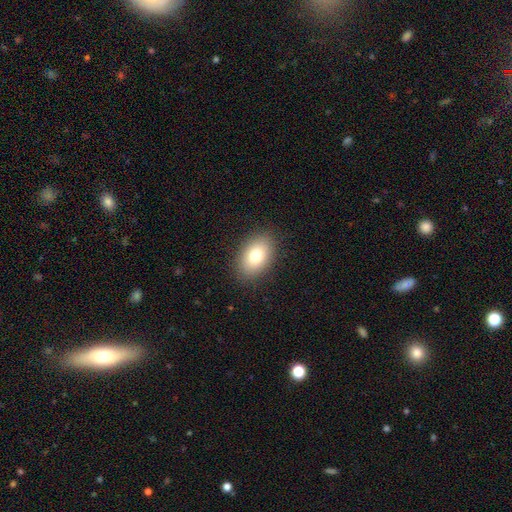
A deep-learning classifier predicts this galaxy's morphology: smooth 78%, featured or disk 13%, star or artifact 9%. Down the decision tree: how rounded — in between (86%); merging — none (88%).